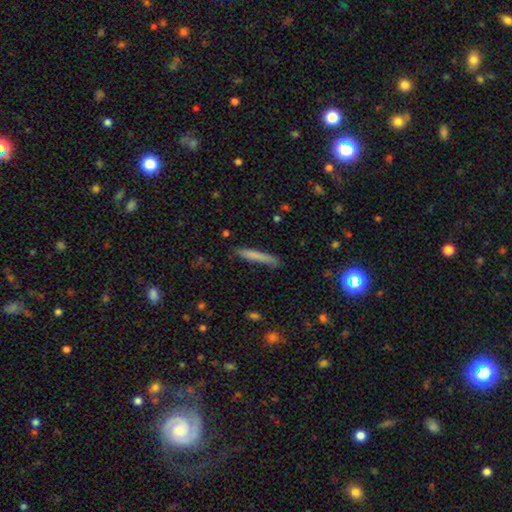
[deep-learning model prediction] This appears to be a smooth galaxy with no disk features (74%) that is cigar-shaped (95%). Merging: none (81%).